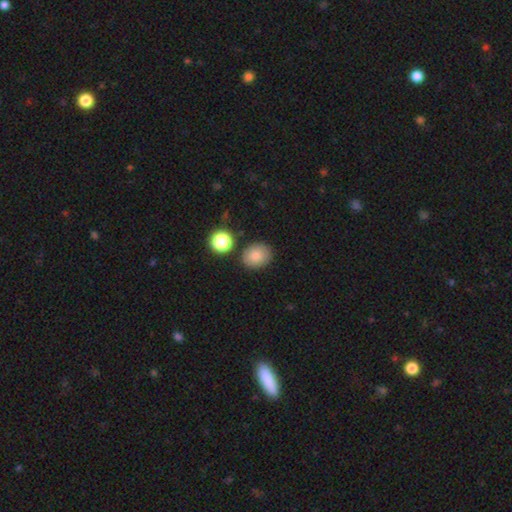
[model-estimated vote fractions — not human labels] A smooth galaxy with no disk features (82%) that is round (55%). Merging: none (82%).